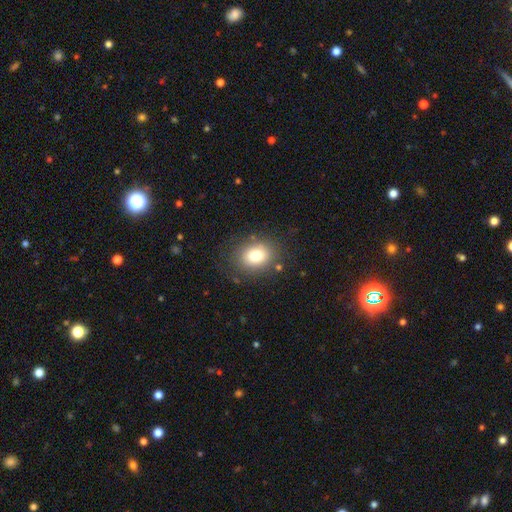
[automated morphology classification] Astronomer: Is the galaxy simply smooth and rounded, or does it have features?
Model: smooth — 78%.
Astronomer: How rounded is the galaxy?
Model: in between — 51% (runner-up: round, 48%).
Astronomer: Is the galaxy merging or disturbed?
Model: none — 82%.